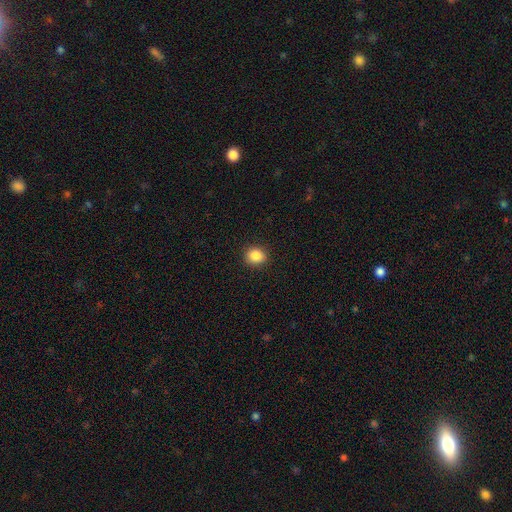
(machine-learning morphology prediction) Q: Smooth or featured?
A: smooth (86%); runner-up: star or artifact (10%)
Q: How rounded?
A: round (72%); runner-up: in between (27%)
Q: Merging?
A: none (91%); runner-up: minor disturbance (6%)